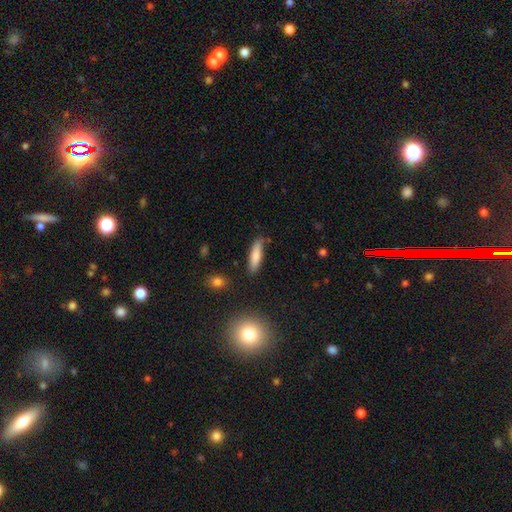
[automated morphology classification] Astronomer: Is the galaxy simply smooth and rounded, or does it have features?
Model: smooth — 78%.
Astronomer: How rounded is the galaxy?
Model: cigar-shaped — 65%.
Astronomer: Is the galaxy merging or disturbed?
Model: none — 77%.